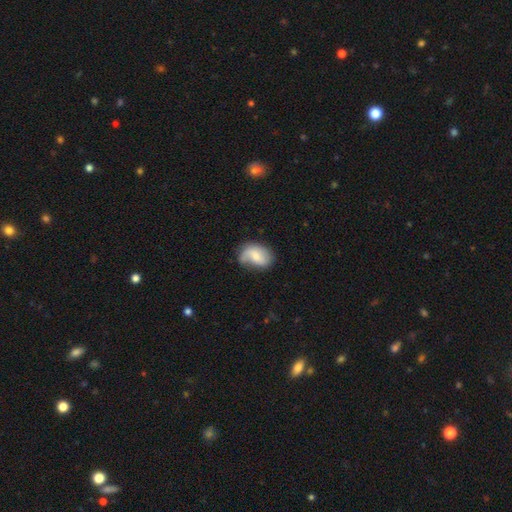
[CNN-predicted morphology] type=smooth (55%); roundness=in between (82%); merging=none (46%).